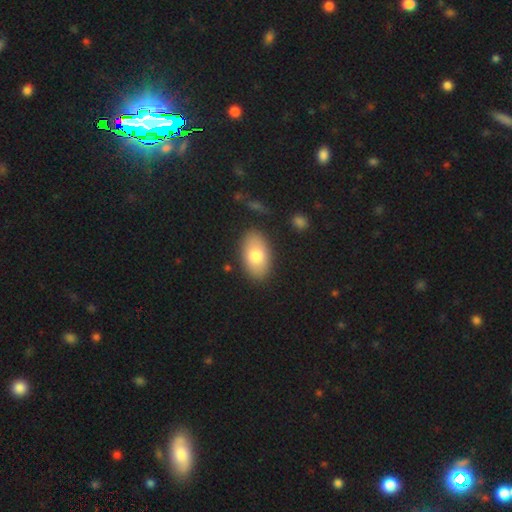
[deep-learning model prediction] Smooth or featured: smooth — 77% (featured or disk — 17%)
How rounded: in between — 92% (round — 6%)
Merging: none — 85% (minor disturbance — 10%)